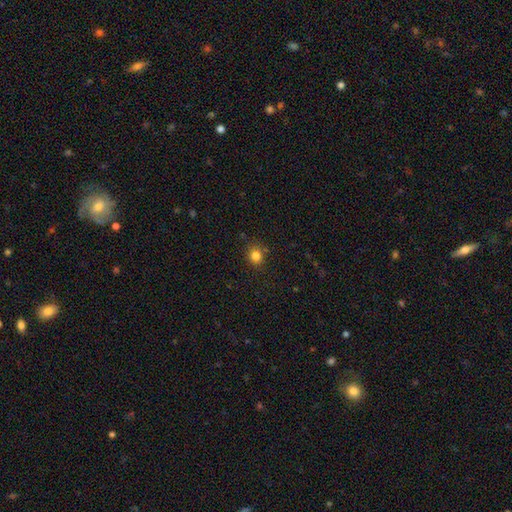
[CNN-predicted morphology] smooth-or-featured: smooth: 82% | star or artifact: 12% | featured or disk: 5%
  how-rounded: round: 77% | in between: 22% | cigar-shaped: 1%
  merging: none: 83% | minor disturbance: 11% | merger: 3% | major disturbance: 3%